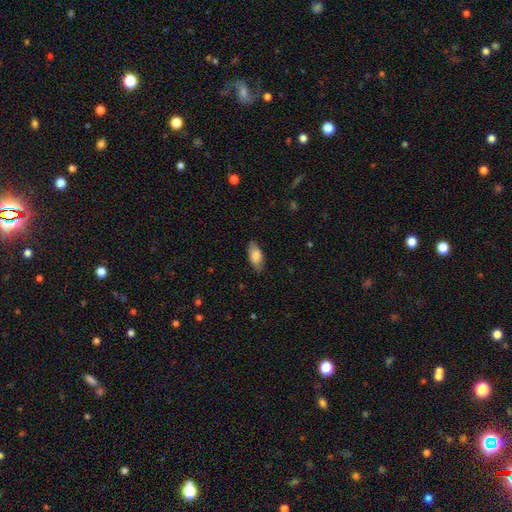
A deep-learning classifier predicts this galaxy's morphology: A smooth galaxy with no disk features (83%) that is in between round and cigar-shaped (88%). Merging: none (84%).